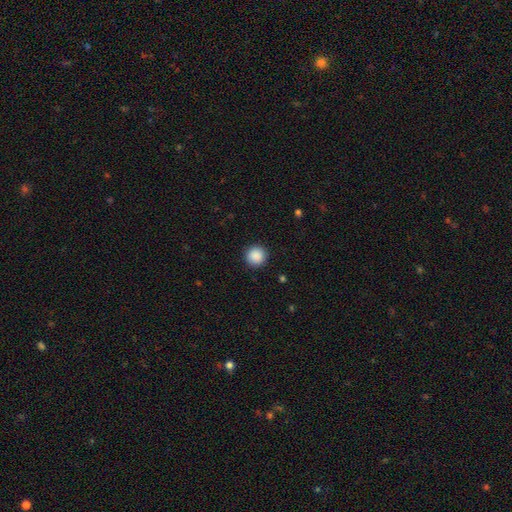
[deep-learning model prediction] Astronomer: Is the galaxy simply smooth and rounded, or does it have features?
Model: smooth — 89%.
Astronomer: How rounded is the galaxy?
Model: round — 95%.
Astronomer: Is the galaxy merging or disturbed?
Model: none — 92%.